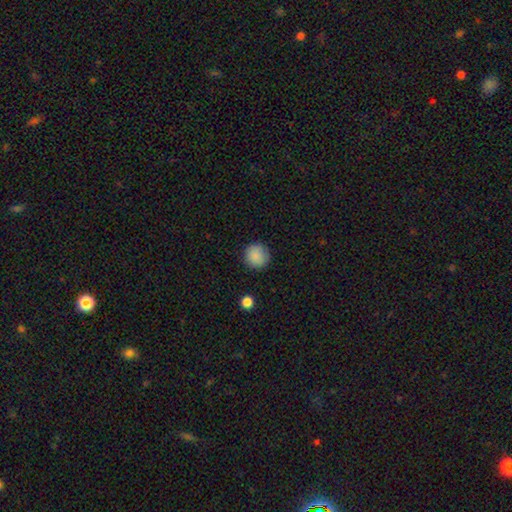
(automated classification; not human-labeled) A smooth galaxy with no disk features (88%) that is round (95%).

Vote fractions:
- Smooth or featured? smooth: 88% / star or artifact: 8% / featured or disk: 4%
- How rounded? round: 95% / in between: 4% / cigar-shaped: 1%
- Merging? none: 91% / minor disturbance: 6% / major disturbance: 2% / merger: 1%